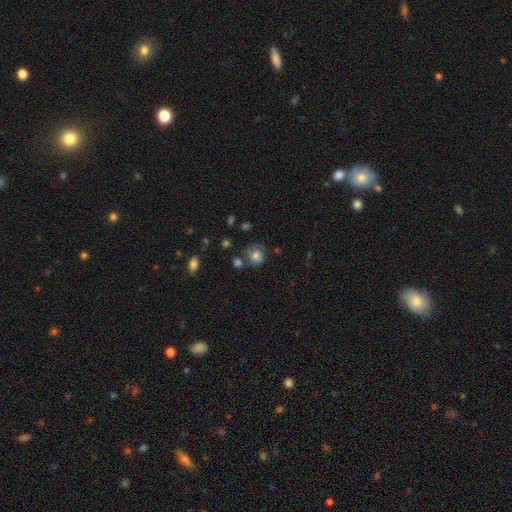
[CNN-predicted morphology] Q: Smooth or featured?
A: smooth (77%); runner-up: featured or disk (12%)
Q: How rounded?
A: round (79%); runner-up: in between (20%)
Q: Merging?
A: none (67%); runner-up: minor disturbance (18%)